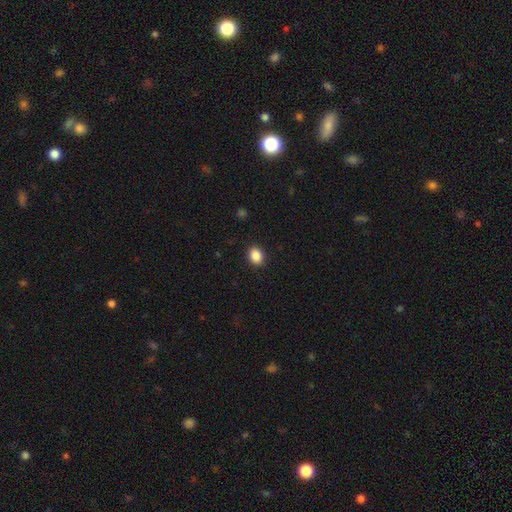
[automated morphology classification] This appears to be a smooth galaxy with no disk features (88%) that is in between round and cigar-shaped (57%). Merging: none (90%).